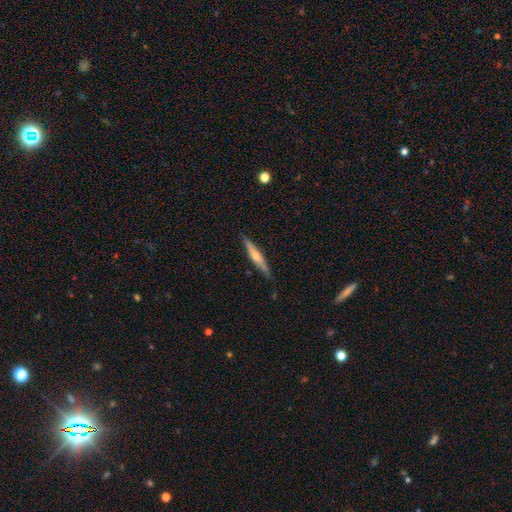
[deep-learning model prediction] Smooth or featured: featured or disk — 53% (smooth — 41%)
Edge-on disk: yes — 95% (no — 5%)
Edge-on bulge: rounded — 77% (none — 17%)
Merging: none — 86% (minor disturbance — 10%)